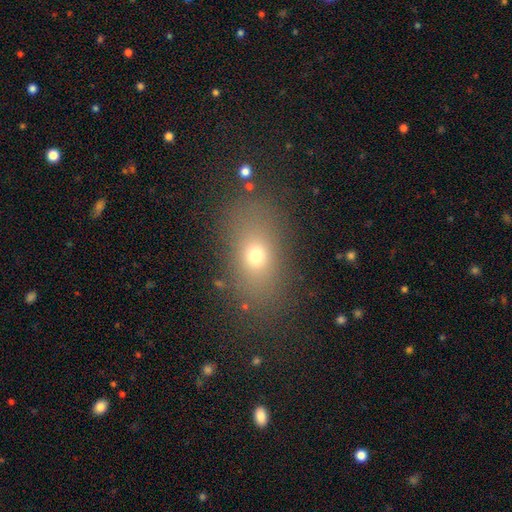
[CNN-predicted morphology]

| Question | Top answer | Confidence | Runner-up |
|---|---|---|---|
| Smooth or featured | smooth | 68% | star or artifact (17%) |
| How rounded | in between | 74% | round (22%) |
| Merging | none | 81% | minor disturbance (11%) |